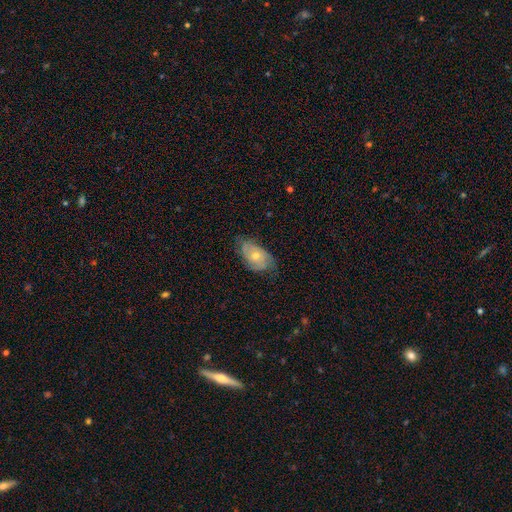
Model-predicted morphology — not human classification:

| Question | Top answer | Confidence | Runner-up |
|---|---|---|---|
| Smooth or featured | featured or disk | 63% | smooth (29%) |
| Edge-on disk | no | 93% | yes (7%) |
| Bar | no | 80% | weak (17%) |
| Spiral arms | yes | 83% | no (17%) |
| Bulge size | moderate | 51% | small (46%) |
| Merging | none | 68% | minor disturbance (25%) |